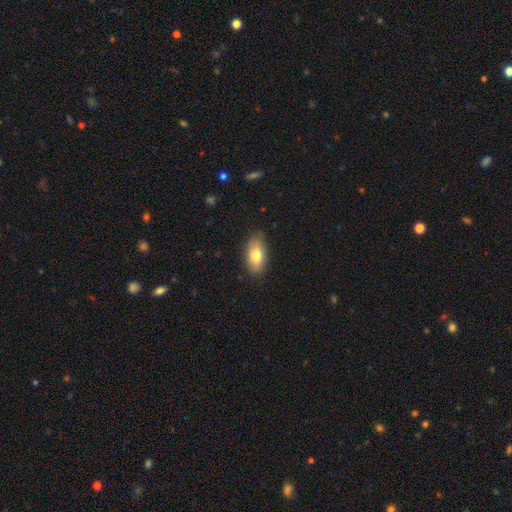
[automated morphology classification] smooth_or_featured: smooth (p=0.75) [alt: featured or disk p=0.18]
how_rounded: in between (p=0.91) [alt: round p=0.05]
merging: none (p=0.84) [alt: minor disturbance p=0.12]